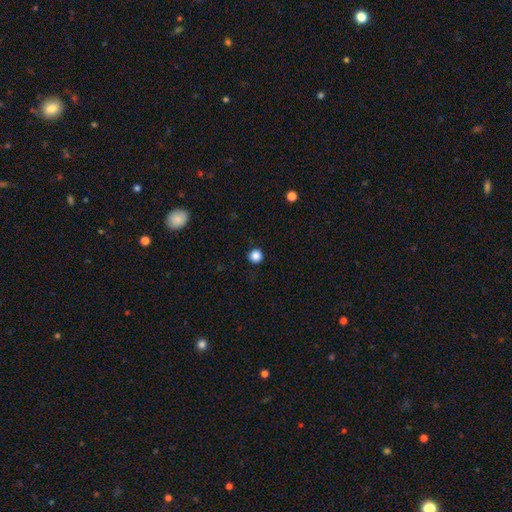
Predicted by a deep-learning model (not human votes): This appears to be a smooth galaxy with no disk features (86%) that is round (96%). Merging: none (92%).